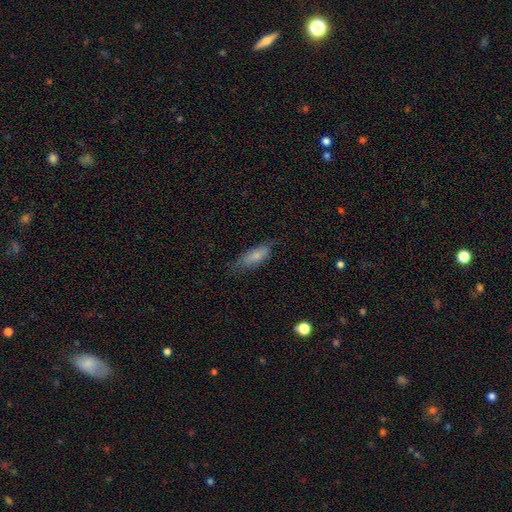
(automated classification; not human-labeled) Smooth or featured: smooth — 76% (featured or disk — 17%)
How rounded: in between — 67% (cigar-shaped — 31%)
Merging: none — 66% (minor disturbance — 25%)